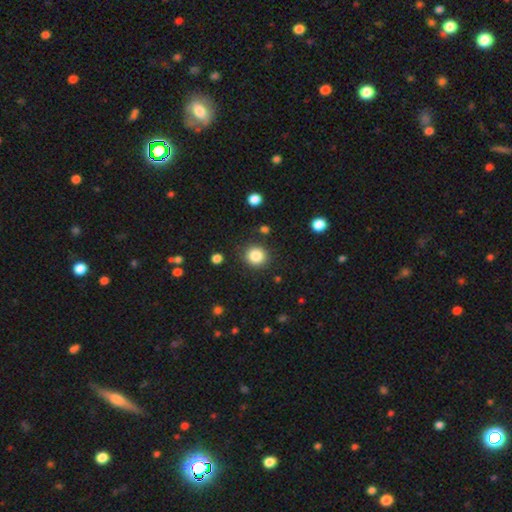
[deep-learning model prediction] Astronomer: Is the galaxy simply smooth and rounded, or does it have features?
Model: smooth — 85%.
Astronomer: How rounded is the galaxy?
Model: round — 90%.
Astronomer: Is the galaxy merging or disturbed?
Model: none — 87%.